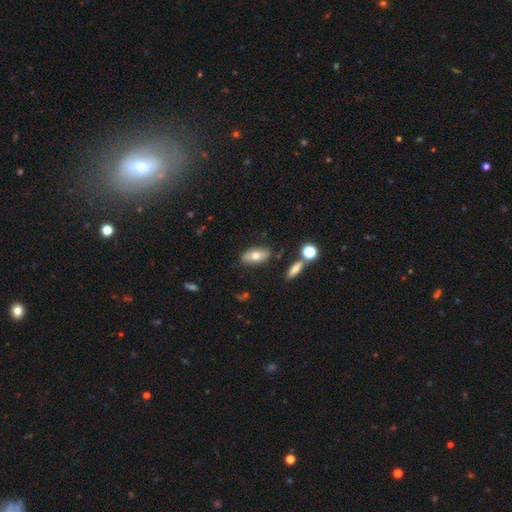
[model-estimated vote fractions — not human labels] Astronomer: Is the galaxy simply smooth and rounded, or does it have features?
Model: smooth — 61%.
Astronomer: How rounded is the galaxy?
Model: in between — 80%.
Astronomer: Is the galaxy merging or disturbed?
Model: none — 81%.